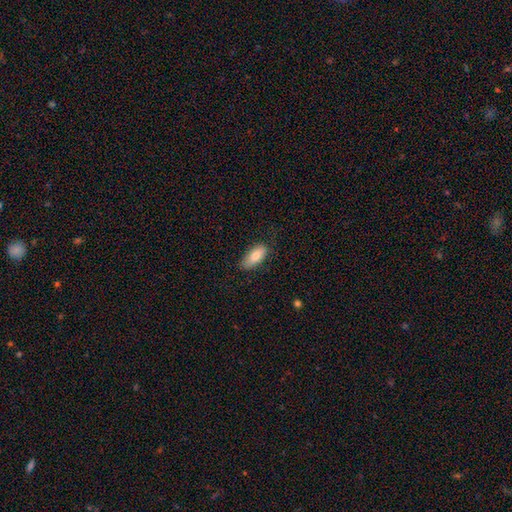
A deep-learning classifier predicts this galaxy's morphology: Smooth or featured: smooth — 80% (featured or disk — 14%)
How rounded: in between — 88% (cigar-shaped — 9%)
Merging: none — 75% (minor disturbance — 20%)